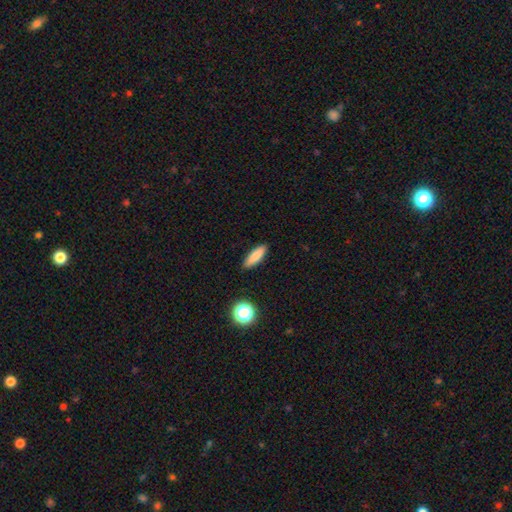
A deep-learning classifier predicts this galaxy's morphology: type=smooth (82%); roundness=cigar-shaped (55%); merging=none (88%).